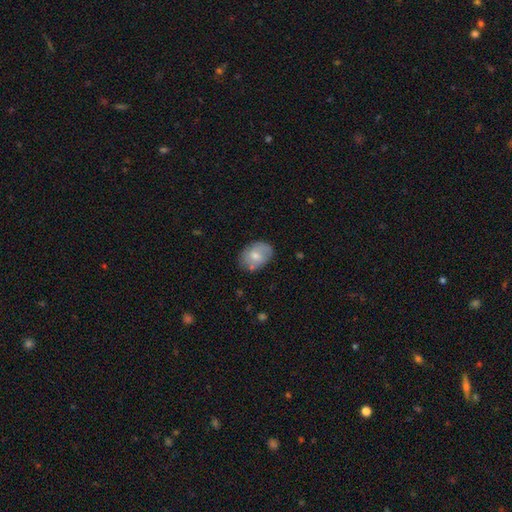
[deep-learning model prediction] smooth 60%, featured or disk 33%, star or artifact 7%. Down the decision tree: how rounded — in between (76%); merging — none (71%).